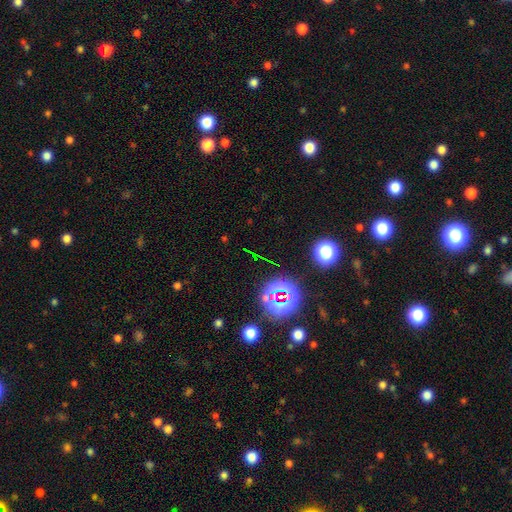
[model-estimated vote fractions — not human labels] smooth-or-featured: star or artifact: 74% | smooth: 16% | featured or disk: 10%